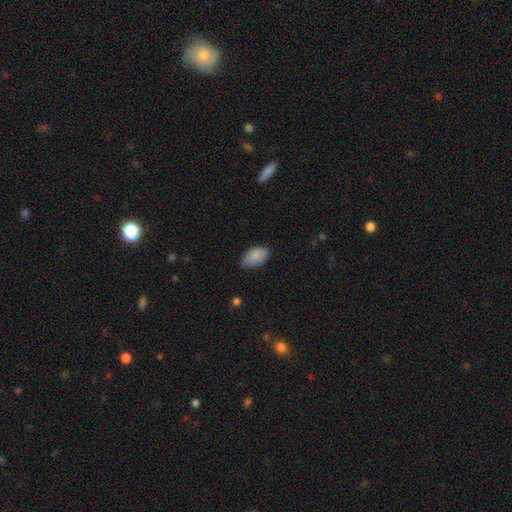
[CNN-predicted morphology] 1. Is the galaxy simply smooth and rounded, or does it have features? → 87% smooth, 7% star or artifact, 6% featured or disk.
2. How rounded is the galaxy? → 94% in between, 5% round, 2% cigar-shaped.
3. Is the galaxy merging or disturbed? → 72% none, 23% minor disturbance, 4% major disturbance, 1% merger.